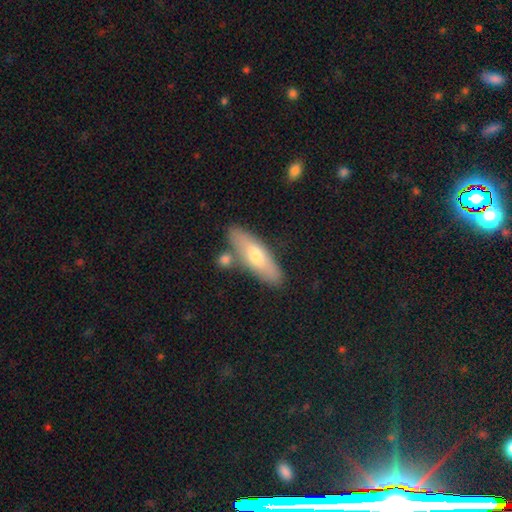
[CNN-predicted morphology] Overall: smooth (59%; featured or disk 35%). How rounded: cigar-shaped (50%; in between 48%). Merging: none (77%).